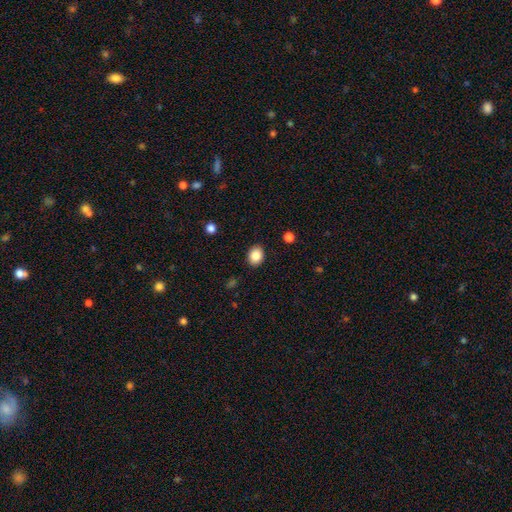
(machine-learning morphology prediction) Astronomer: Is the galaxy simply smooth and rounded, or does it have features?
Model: smooth — 86%.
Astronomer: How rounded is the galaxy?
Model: in between — 57% (runner-up: round, 42%).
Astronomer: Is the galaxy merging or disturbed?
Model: none — 89%.